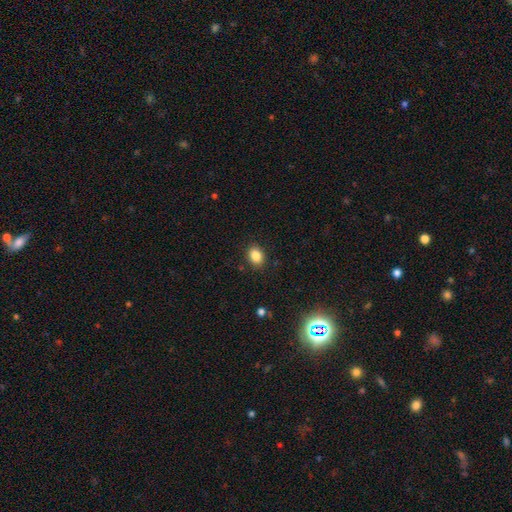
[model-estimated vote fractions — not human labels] Smooth or featured?
  - smooth: 85% *
  - star or artifact: 10%
  - featured or disk: 5%
How rounded?
  - in between: 68% *
  - round: 31%
  - cigar-shaped: 1%
Merging?
  - none: 88% *
  - minor disturbance: 9%
  - major disturbance: 2%
  - merger: 1%